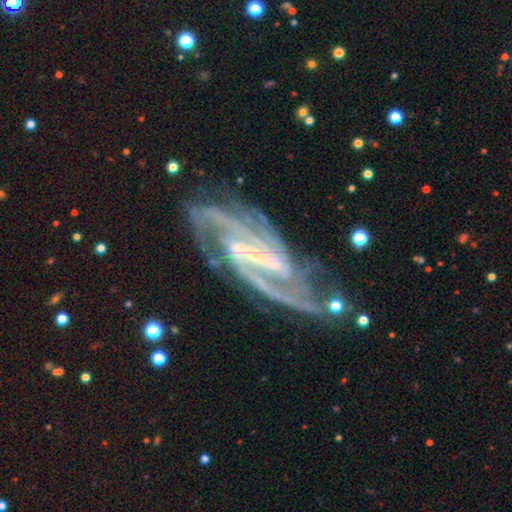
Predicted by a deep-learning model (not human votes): Smooth or featured: featured or disk — 93% (star or artifact — 5%)
Edge-on disk: no — 96% (yes — 4%)
Bar: strong — 45% (weak — 35%)
Spiral arms: yes — 99% (no — 1%)
Spiral winding: medium — 52% (tight — 38%)
Spiral arm count: 2 — 42% (3 — 23%)
Bulge size: small — 83% (moderate — 10%)
Merging: none — 72% (minor disturbance — 17%)